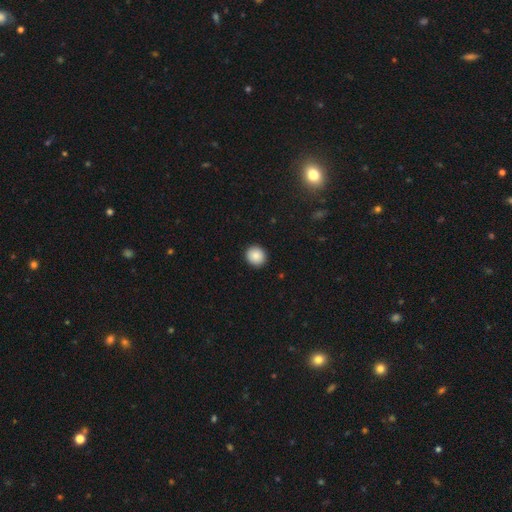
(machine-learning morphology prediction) smooth 87%, star or artifact 9%, featured or disk 5%. Down the decision tree: how rounded — round (89%); merging — none (92%).